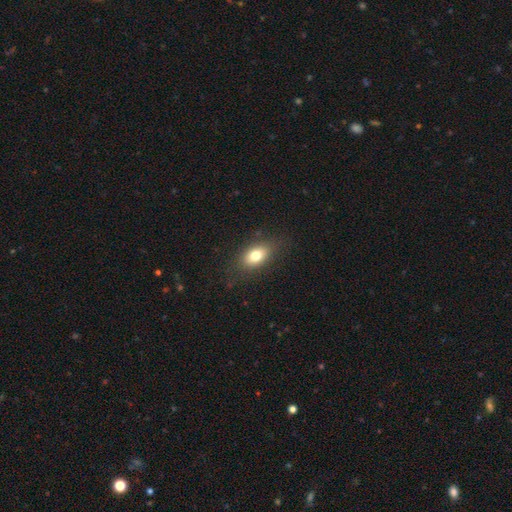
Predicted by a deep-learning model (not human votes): The model was most divided on "smooth or featured": smooth: 77%, featured or disk: 14%, star or artifact: 10%. More confident: how rounded — in between (82%); merging — none (82%).